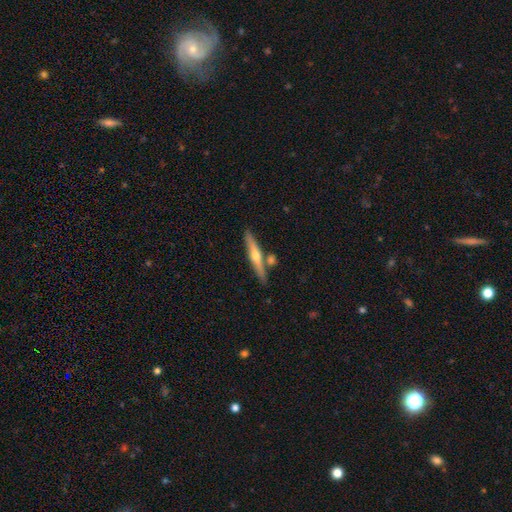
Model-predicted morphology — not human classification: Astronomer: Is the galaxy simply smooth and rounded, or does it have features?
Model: featured or disk — 62%.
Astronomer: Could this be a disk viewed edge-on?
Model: yes — 96%.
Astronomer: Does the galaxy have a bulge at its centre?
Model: rounded — 88%.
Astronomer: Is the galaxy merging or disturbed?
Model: none — 79%.